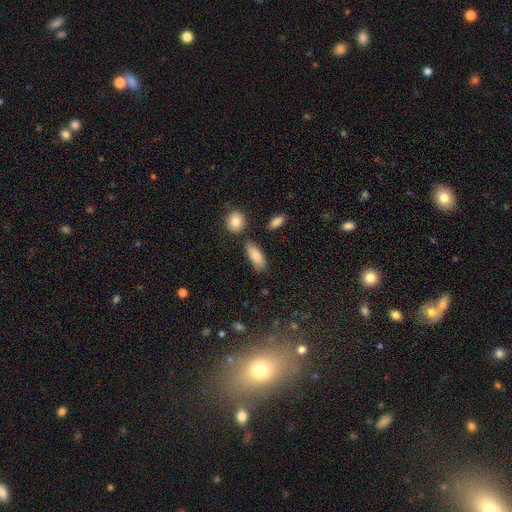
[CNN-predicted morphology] Smooth or featured? smooth (84%)
How rounded? in between (80%)
Merging? none (75%)